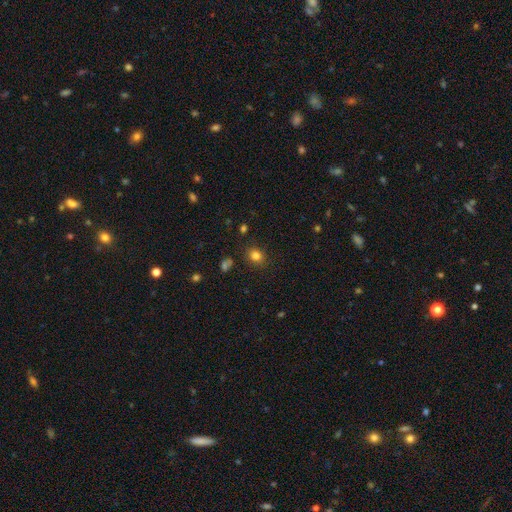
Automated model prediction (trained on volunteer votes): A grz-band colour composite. It shows a smooth galaxy with no disk features (81%) that is round (59%). Merging: none (84%).